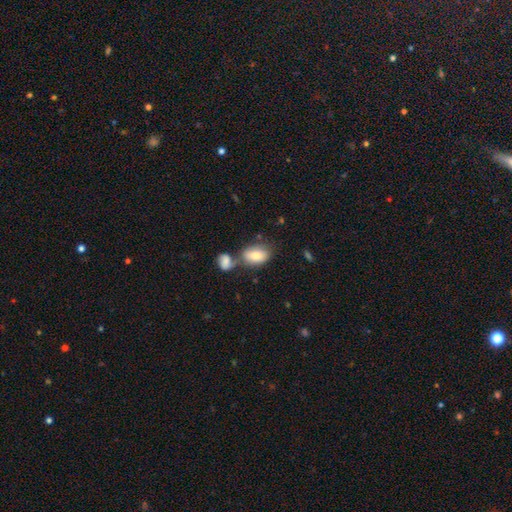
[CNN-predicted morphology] smooth 81%, featured or disk 12%, star or artifact 7%. Down the decision tree: how rounded — in between (89%); merging — merger (40%).